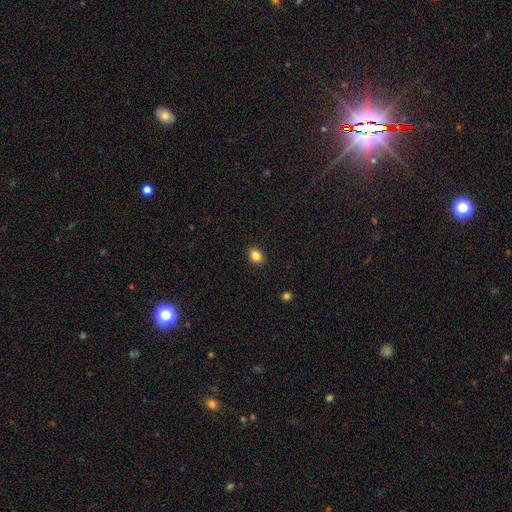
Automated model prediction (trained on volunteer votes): This is clearly a smooth galaxy (85%). How rounded: likely in between (61%). Merging: clearly none (90%).